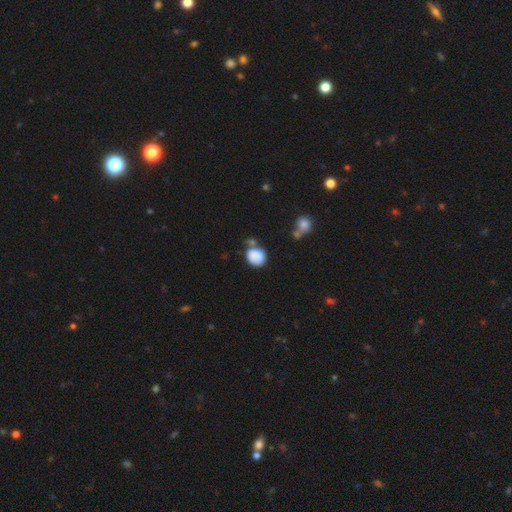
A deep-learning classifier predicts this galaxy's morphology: Smooth or featured? Predicted: smooth (p=0.84). How rounded? Predicted: round (p=0.67). Merging? Predicted: none (p=0.52).